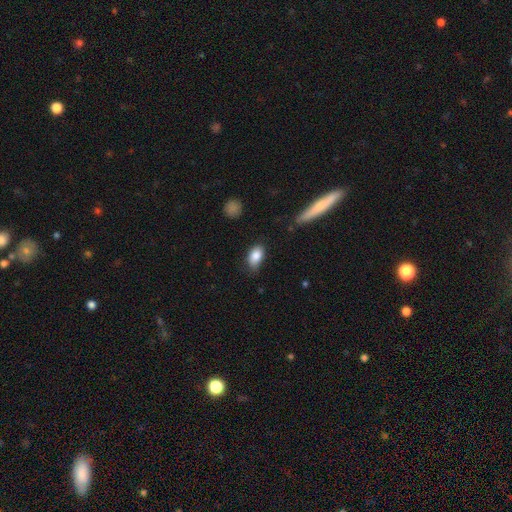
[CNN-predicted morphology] Smooth or featured? smooth (85%)
How rounded? in between (88%)
Merging? none (70%)